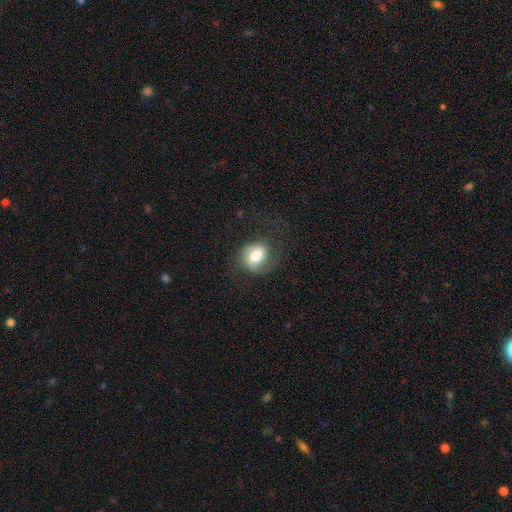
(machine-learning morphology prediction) smooth 64%, featured or disk 28%, star or artifact 8%. Down the decision tree: how rounded — round (53%); merging — none (61%).